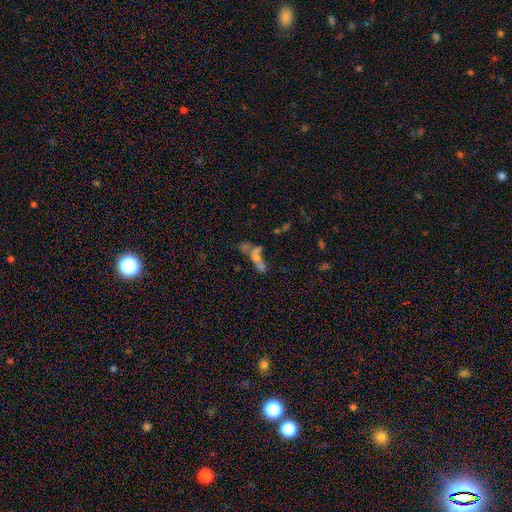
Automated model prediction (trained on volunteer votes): Smooth or featured? Predicted: smooth (p=0.42). Merging? Predicted: merger (p=0.53).